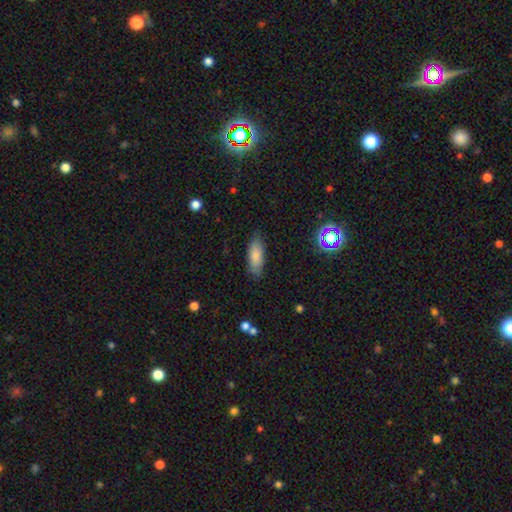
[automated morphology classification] smooth_or_featured: smooth (p=0.82) [alt: featured or disk p=0.10]
how_rounded: in between (p=0.66) [alt: cigar-shaped p=0.32]
merging: none (p=0.83) [alt: minor disturbance p=0.13]